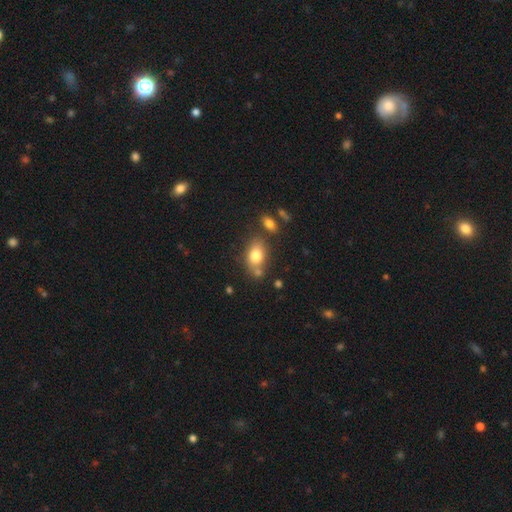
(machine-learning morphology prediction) Smooth or featured? smooth (79%)
How rounded? in between (80%)
Merging? none (65%)